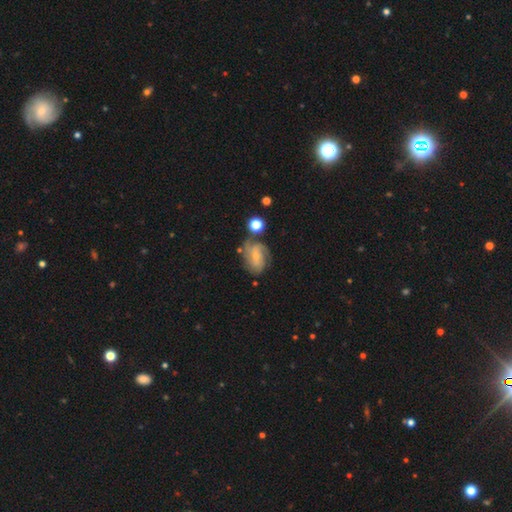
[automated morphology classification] Smooth or featured? Predicted: featured or disk (p=0.70). Edge-on disk? Predicted: no (p=0.97). Bar? Predicted: no (p=0.46). Spiral arms? Predicted: yes (p=0.91). Spiral winding? Predicted: medium (p=0.42). Spiral arm count? Predicted: 2 (p=0.30). Bulge size? Predicted: small (p=0.69). Merging? Predicted: none (p=0.57).